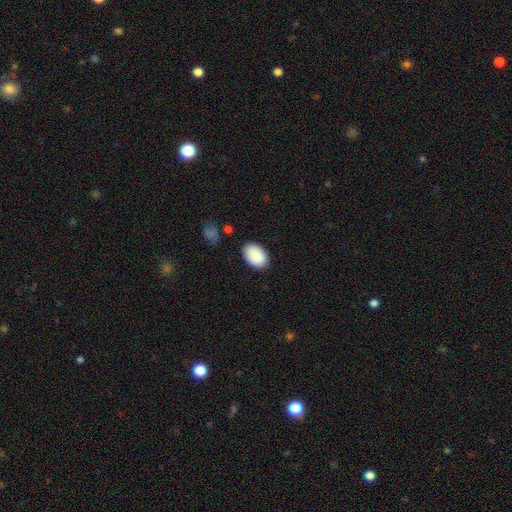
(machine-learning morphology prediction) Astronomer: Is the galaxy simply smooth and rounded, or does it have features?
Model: smooth — 90%.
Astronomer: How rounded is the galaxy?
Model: in between — 90%.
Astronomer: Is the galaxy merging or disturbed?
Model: none — 86%.